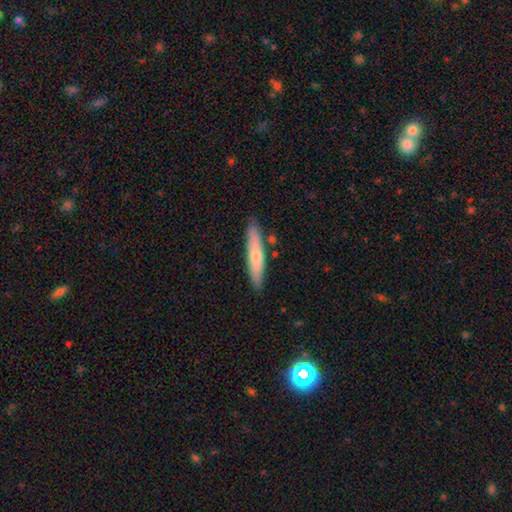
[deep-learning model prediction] Q: Smooth or featured?
A: smooth (64%); runner-up: featured or disk (30%)
Q: How rounded?
A: cigar-shaped (87%); runner-up: in between (11%)
Q: Merging?
A: none (84%); runner-up: minor disturbance (11%)